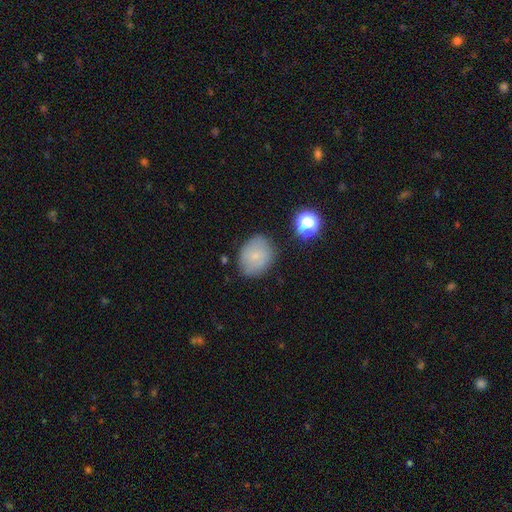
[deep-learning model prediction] A smooth galaxy with no disk features (71%) that is round (50%).

Vote fractions:
- Smooth or featured? smooth: 71% / featured or disk: 18% / star or artifact: 11%
- How rounded? round: 50% / in between: 49% / cigar-shaped: 1%
- Merging? none: 74% / minor disturbance: 18% / major disturbance: 5% / merger: 3%